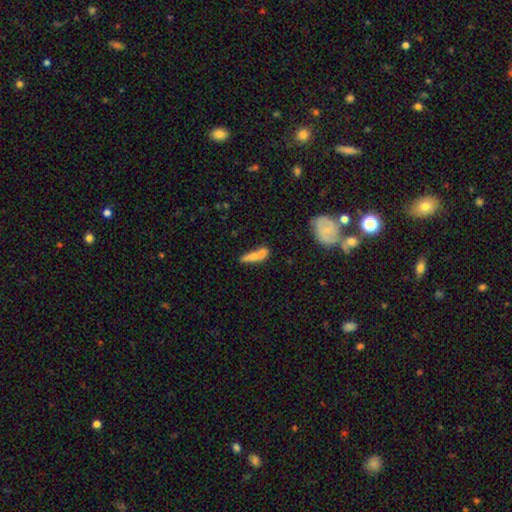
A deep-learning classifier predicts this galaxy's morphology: A smooth galaxy with no disk features (63%) that is cigar-shaped (51%).

Vote fractions:
- Smooth or featured? smooth: 63% / featured or disk: 28% / star or artifact: 9%
- How rounded? cigar-shaped: 51% / in between: 44% / round: 5%
- Merging? merger: 42% / none: 34% / minor disturbance: 15% / major disturbance: 8%